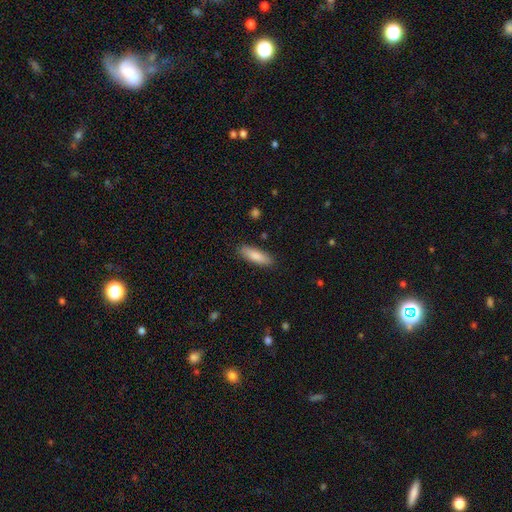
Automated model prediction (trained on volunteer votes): The model was most divided on "how rounded": in between: 50%, cigar-shaped: 49%, round: 2%. More confident: merging — none (88%); smooth or featured — smooth (85%).